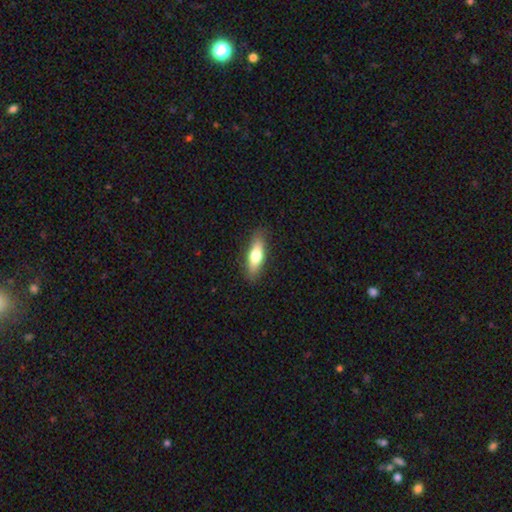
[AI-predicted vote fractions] This appears to be a smooth galaxy with no disk features (66%) that is in between round and cigar-shaped (52%). Merging: none (86%).